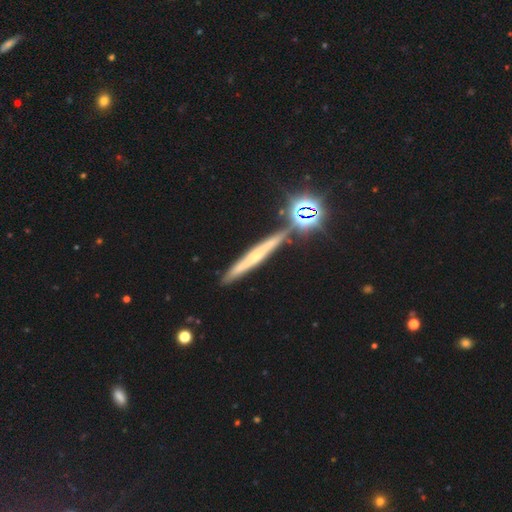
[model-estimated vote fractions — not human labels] Smooth or featured?
  - featured or disk: 54% *
  - smooth: 27%
  - star or artifact: 19%
Edge-on disk?
  - yes: 92% *
  - no: 8%
Edge-on bulge?
  - rounded: 54% *
  - none: 38%
  - boxy: 9%
Merging?
  - none: 83% *
  - minor disturbance: 9%
  - merger: 6%
  - major disturbance: 2%